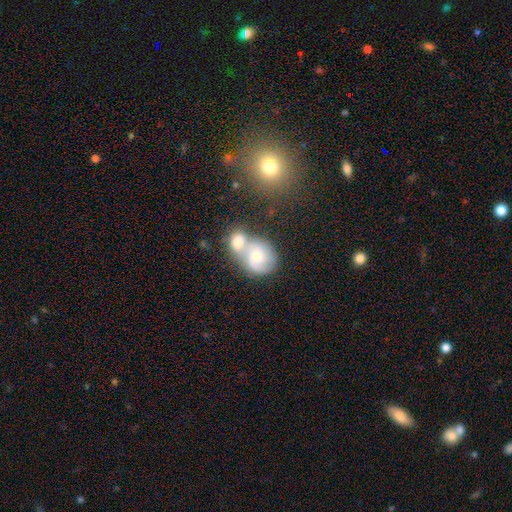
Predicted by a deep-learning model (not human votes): Smooth or featured? Predicted: featured or disk (p=0.47). Merging? Predicted: merger (p=0.63).